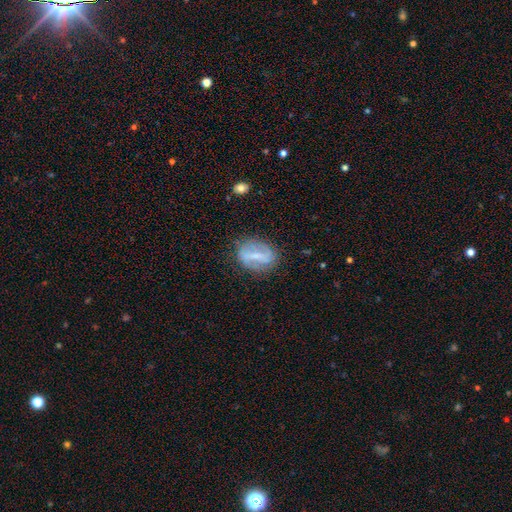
featured or disk 74%, smooth 21%, star or artifact 5%. Down the decision tree: edge-on disk — no (100%); bar — weak (45%); spiral arms — yes (66%); spiral arm count — 2 (95%); spiral winding — medium (37%, tied with loose); bulge size — small (38%); merging — none (65%).